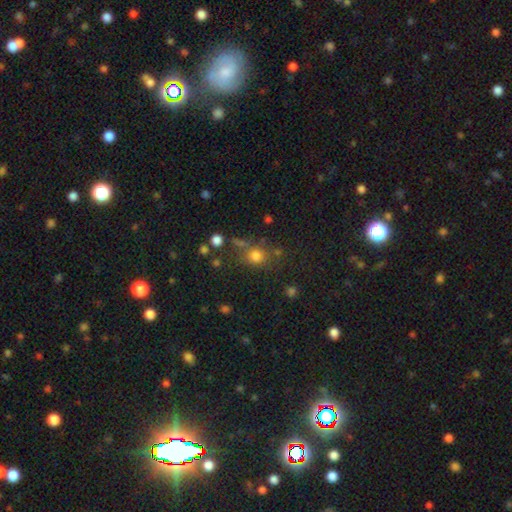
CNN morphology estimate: smooth 74%, star or artifact 17%, featured or disk 9%. Down the decision tree: how rounded — round (75%); merging — none (66%).